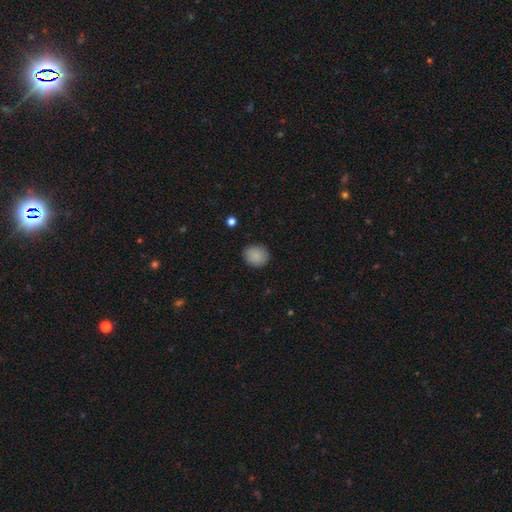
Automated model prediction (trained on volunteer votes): Smooth or featured: smooth — 88% (star or artifact — 8%)
How rounded: round — 79% (in between — 20%)
Merging: none — 88% (minor disturbance — 8%)